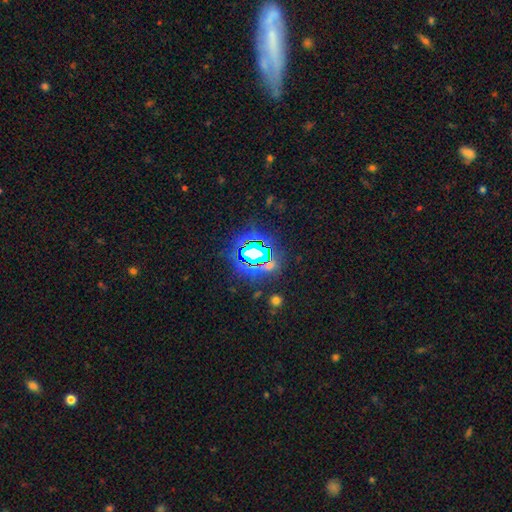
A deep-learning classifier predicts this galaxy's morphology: type=star or artifact (75%).